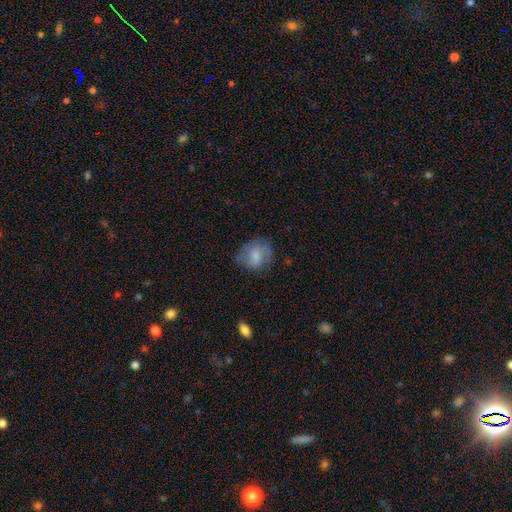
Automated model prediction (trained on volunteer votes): Smooth or featured? Predicted: smooth (p=0.67). How rounded? Predicted: round (p=0.58). Merging? Predicted: none (p=0.60).